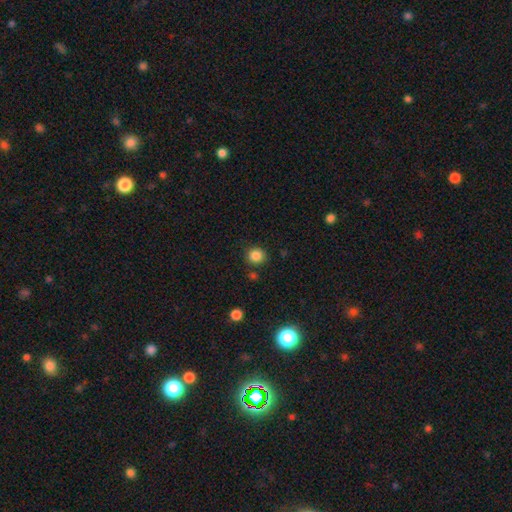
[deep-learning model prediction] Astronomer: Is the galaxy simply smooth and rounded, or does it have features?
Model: smooth — 85%.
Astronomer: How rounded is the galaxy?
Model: round — 90%.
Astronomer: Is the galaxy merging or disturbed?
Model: none — 85%.